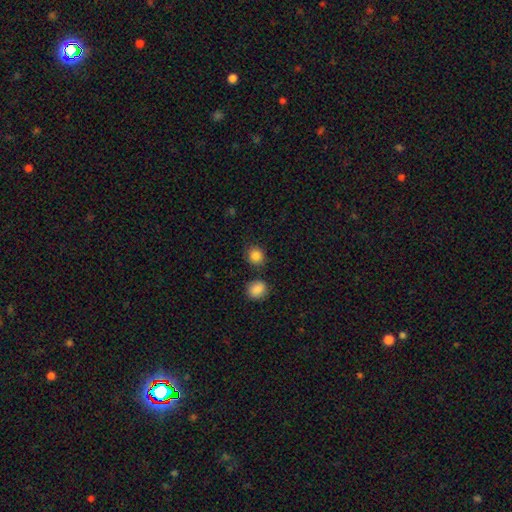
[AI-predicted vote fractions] A smooth galaxy with no disk features (86%) that is round (80%).

Vote fractions:
- Smooth or featured? smooth: 86% / star or artifact: 10% / featured or disk: 4%
- How rounded? round: 80% / in between: 19% / cigar-shaped: 1%
- Merging? none: 79% / minor disturbance: 10% / merger: 7% / major disturbance: 3%